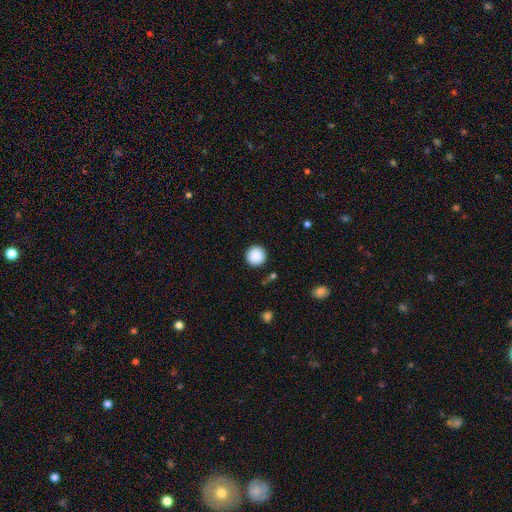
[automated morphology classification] smooth_or_featured: smooth (p=0.89) [alt: star or artifact p=0.08]
how_rounded: round (p=0.96) [alt: in between p=0.03]
merging: none (p=0.91) [alt: minor disturbance p=0.06]